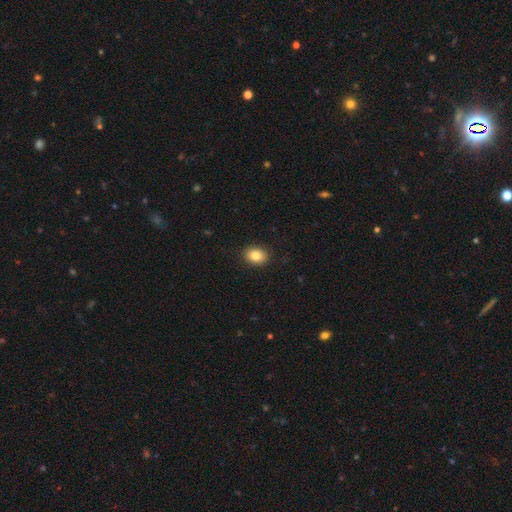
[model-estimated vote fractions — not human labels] Morphology: type=smooth (85%); roundness=in between (60%); merging=none (90%).